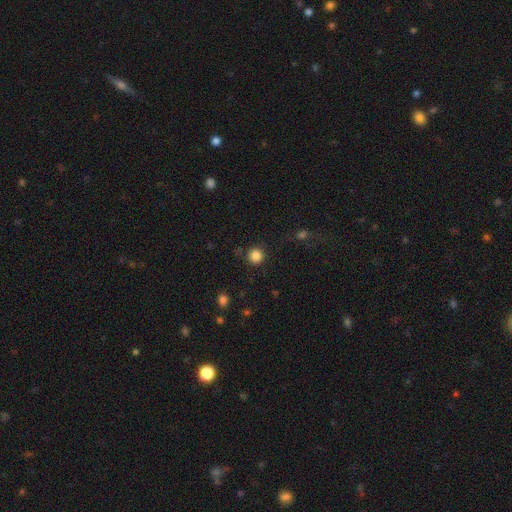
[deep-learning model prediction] smooth 85%, star or artifact 11%, featured or disk 3%. Down the decision tree: how rounded — round (95%); merging — none (88%).